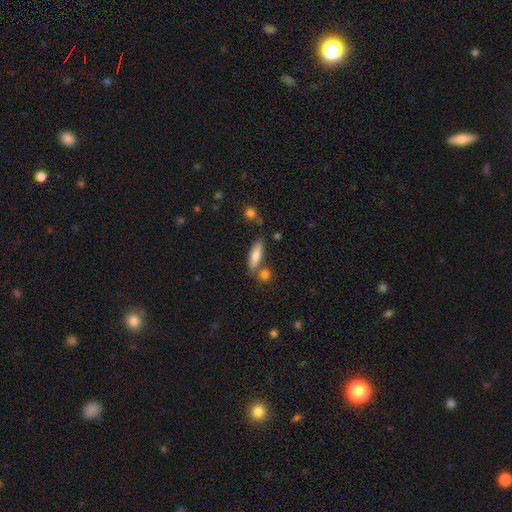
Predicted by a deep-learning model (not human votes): smooth_or_featured: smooth (p=0.74) [alt: featured or disk p=0.19]
how_rounded: in between (p=0.53) [alt: cigar-shaped p=0.44]
merging: none (p=0.66) [alt: merger p=0.16]